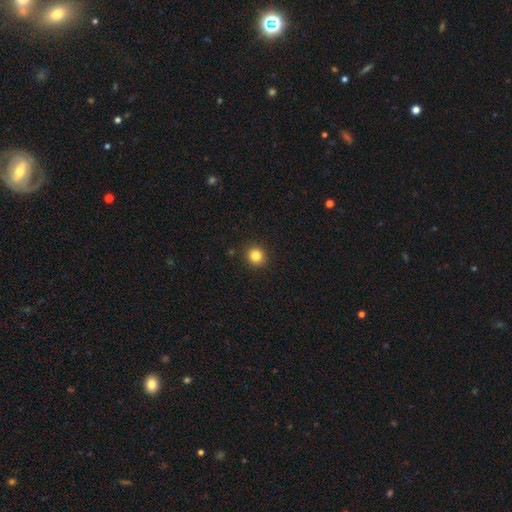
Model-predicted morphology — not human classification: smooth_or_featured: smooth (p=0.83) [alt: star or artifact p=0.11]
how_rounded: round (p=0.89) [alt: in between p=0.10]
merging: none (p=0.91) [alt: minor disturbance p=0.06]